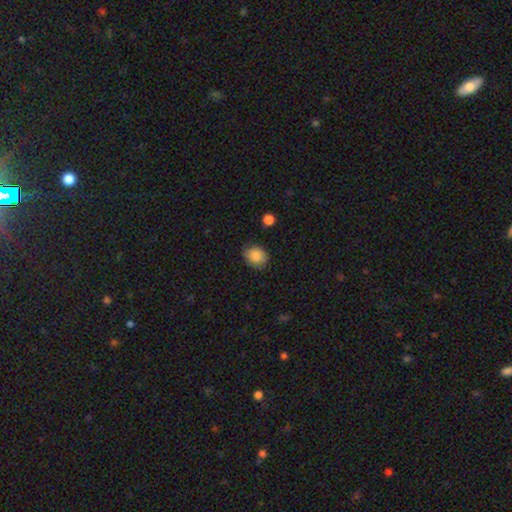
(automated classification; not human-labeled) A smooth galaxy with no disk features (84%) that is round (59%).

Vote fractions:
- Smooth or featured? smooth: 84% / featured or disk: 9% / star or artifact: 8%
- How rounded? round: 59% / in between: 40% / cigar-shaped: 1%
- Merging? none: 76% / minor disturbance: 19% / major disturbance: 4% / merger: 1%